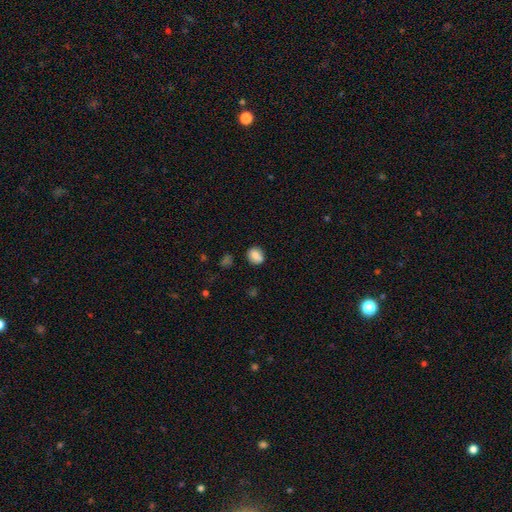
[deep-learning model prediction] The model was most divided on "how rounded": round: 70%, in between: 29%, cigar-shaped: 1%. More confident: smooth or featured — smooth (80%); merging — none (69%).